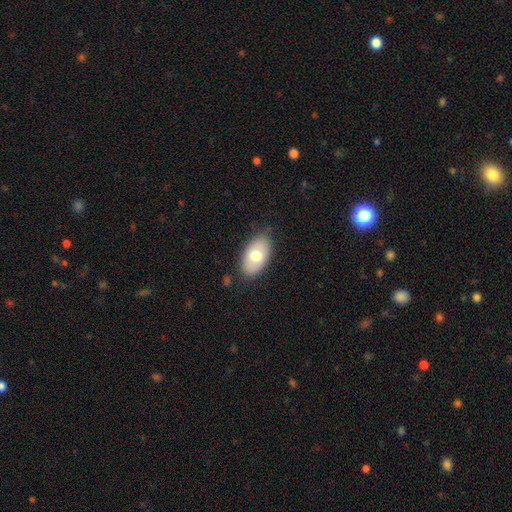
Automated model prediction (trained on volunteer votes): The model was most divided on "smooth or featured": smooth: 69%, featured or disk: 25%, star or artifact: 7%. More confident: how rounded — in between (93%); merging — none (81%).